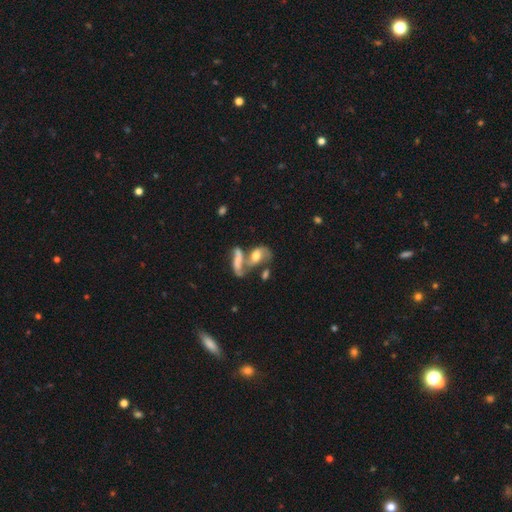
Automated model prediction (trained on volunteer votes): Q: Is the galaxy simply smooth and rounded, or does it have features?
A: featured or disk — 48%.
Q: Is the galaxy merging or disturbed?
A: merger — 61%.